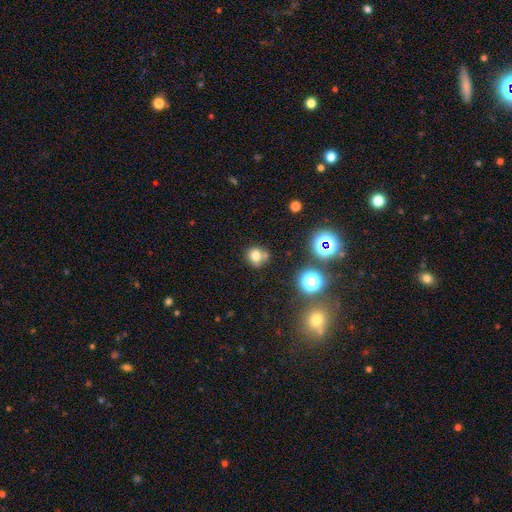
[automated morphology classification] This appears to be a smooth galaxy with no disk features (74%) that is round (78%). Merging: none (58%).